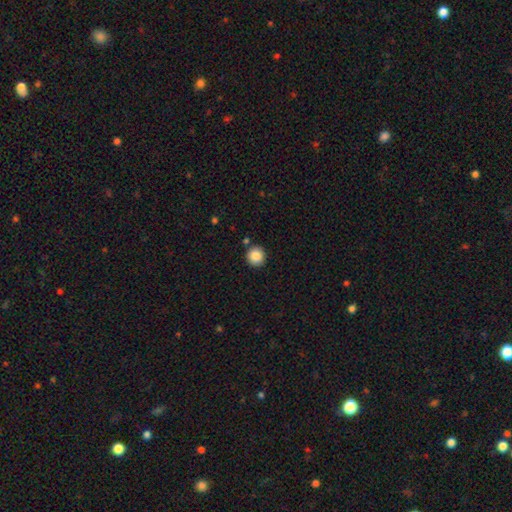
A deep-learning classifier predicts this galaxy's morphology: smooth_or_featured: smooth (p=0.86) [alt: star or artifact p=0.09]
how_rounded: round (p=0.94) [alt: in between p=0.05]
merging: none (p=0.88) [alt: minor disturbance p=0.06]